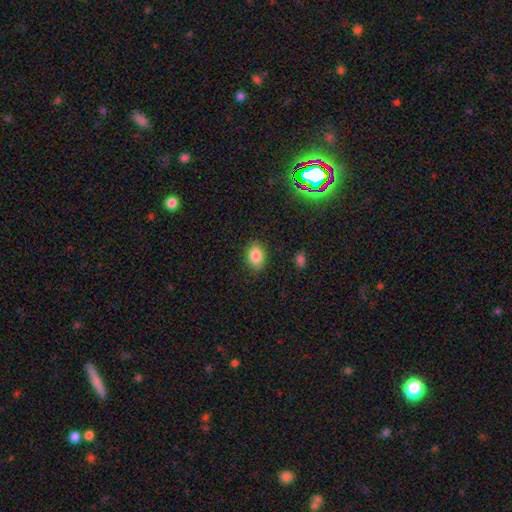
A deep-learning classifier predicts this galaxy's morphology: This appears to be a smooth galaxy with no disk features (84%) that is in between round and cigar-shaped (80%). Merging: none (86%).